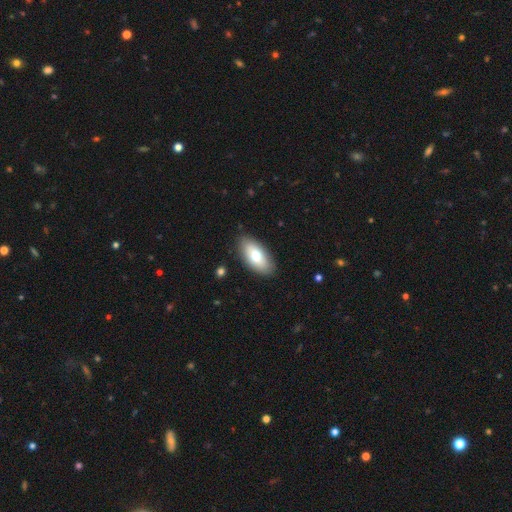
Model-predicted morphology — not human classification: Smooth or featured? Predicted: smooth (p=0.74). How rounded? Predicted: in between (p=0.90). Merging? Predicted: none (p=0.87).